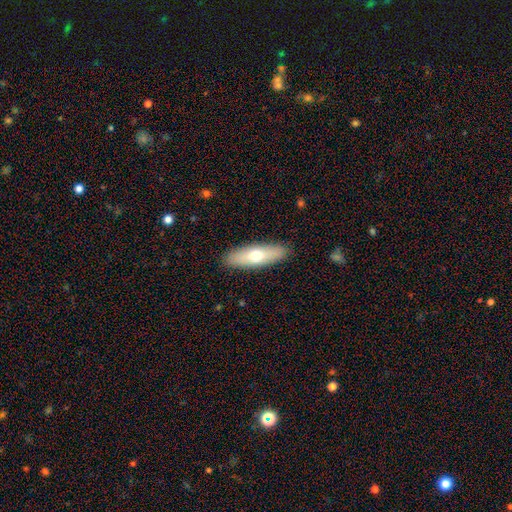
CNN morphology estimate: A smooth galaxy with no disk features (60%) that is cigar-shaped (52%).

Vote fractions:
- Smooth or featured? smooth: 60% / featured or disk: 34% / star or artifact: 6%
- How rounded? cigar-shaped: 52% / in between: 46% / round: 2%
- Merging? none: 90% / minor disturbance: 8% / major disturbance: 2% / merger: 1%